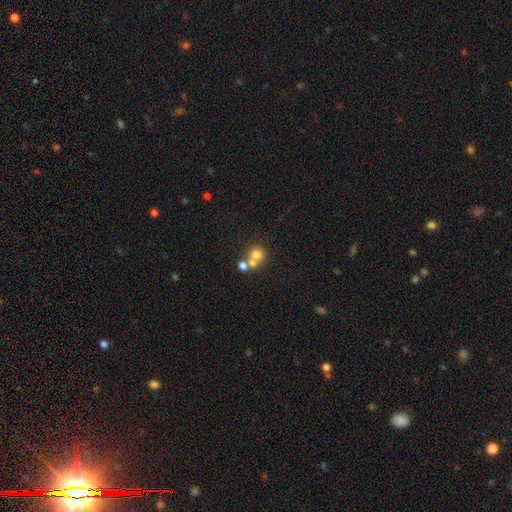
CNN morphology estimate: The model was most divided on "merging": merger: 47%, none: 43%, minor disturbance: 6%, major disturbance: 3%. More confident: how rounded — round (86%); smooth or featured — smooth (70%).